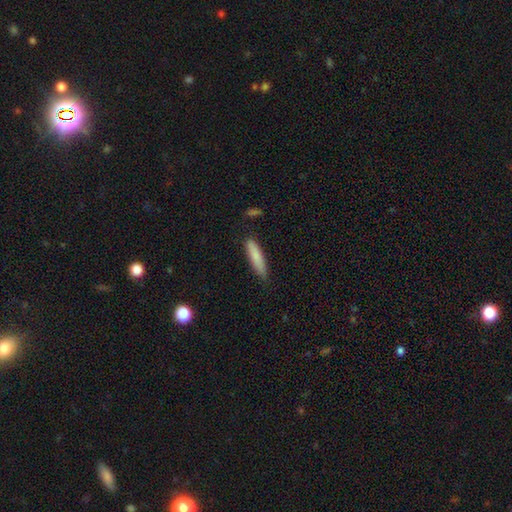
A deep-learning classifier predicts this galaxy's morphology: The model was most divided on "how rounded": cigar-shaped: 81%, in between: 17%, round: 1%. More confident: smooth or featured — smooth (83%); merging — none (80%).